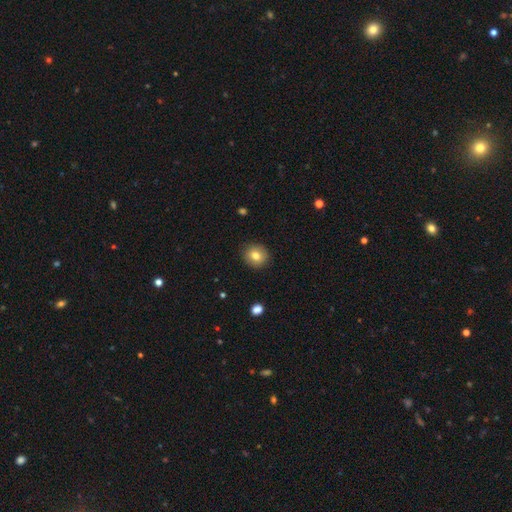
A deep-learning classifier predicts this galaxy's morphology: Smooth or featured?
  - smooth: 79% *
  - featured or disk: 11%
  - star or artifact: 10%
How rounded?
  - round: 87% *
  - in between: 12%
  - cigar-shaped: 1%
Merging?
  - none: 90% *
  - minor disturbance: 7%
  - major disturbance: 2%
  - merger: 1%